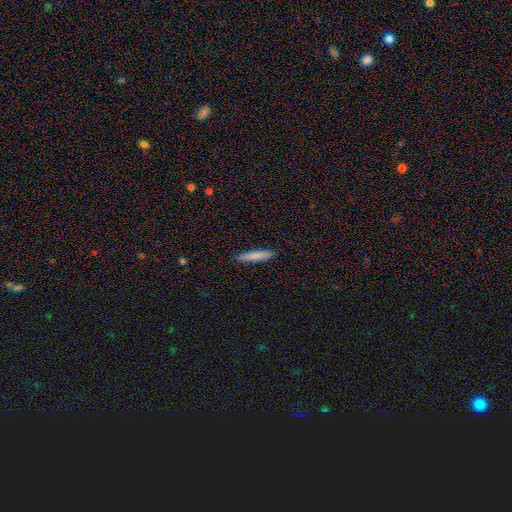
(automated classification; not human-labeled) A smooth galaxy with no disk features (81%) that is cigar-shaped (90%). Merging: none (90%).